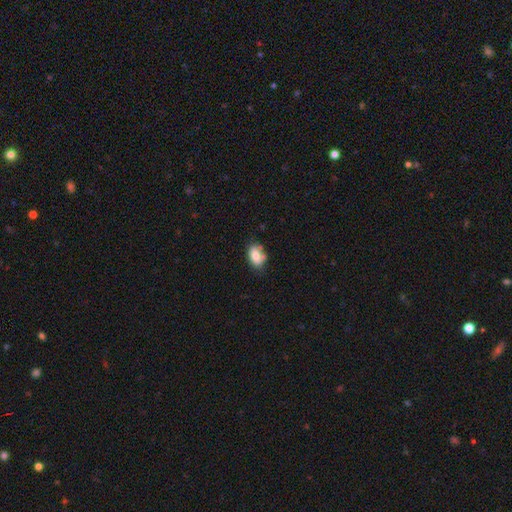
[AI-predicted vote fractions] A smooth galaxy with no disk features (76%) that is in between round and cigar-shaped (86%).

Vote fractions:
- Smooth or featured? smooth: 76% / featured or disk: 15% / star or artifact: 8%
- How rounded? in between: 86% / round: 12% / cigar-shaped: 2%
- Merging? none: 57% / minor disturbance: 24% / merger: 13% / major disturbance: 6%